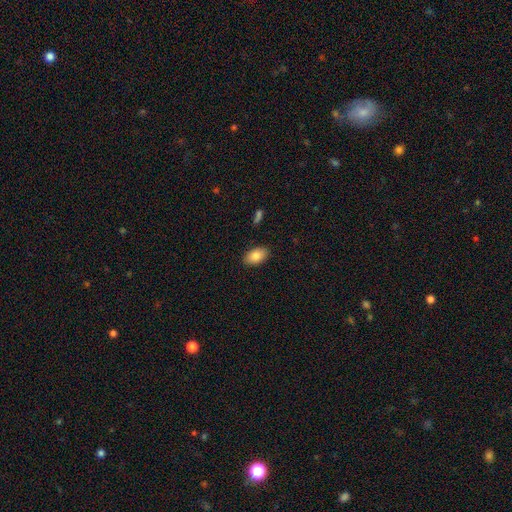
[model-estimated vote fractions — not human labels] A smooth galaxy with no disk features (85%) that is in between round and cigar-shaped (93%).

Vote fractions:
- Smooth or featured? smooth: 85% / featured or disk: 8% / star or artifact: 7%
- How rounded? in between: 93% / round: 5% / cigar-shaped: 2%
- Merging? none: 88% / minor disturbance: 9% / major disturbance: 2% / merger: 1%